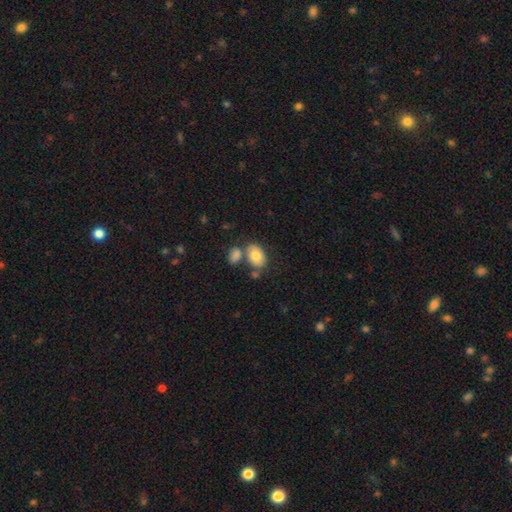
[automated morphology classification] Q: Smooth or featured?
A: smooth (78%); runner-up: featured or disk (15%)
Q: How rounded?
A: in between (88%); runner-up: round (11%)
Q: Merging?
A: none (52%); runner-up: merger (29%)